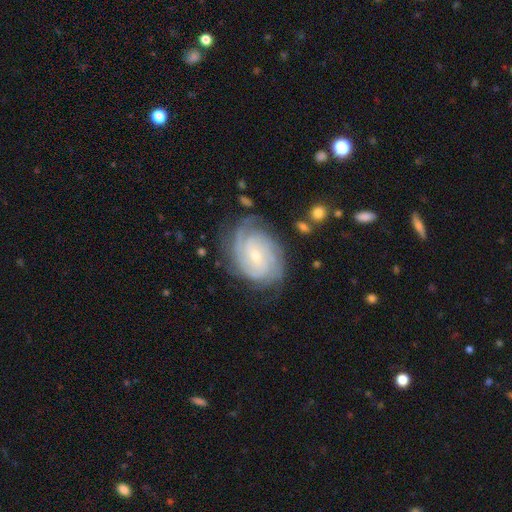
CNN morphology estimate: type=featured or disk (88%); edge-on=no (98%); bar=no (57%); spiral arms=yes (97%); winding=tight (73%); arm count=3 (25%, tied with can't tell); bulge=small (70%); merging=none (74%).